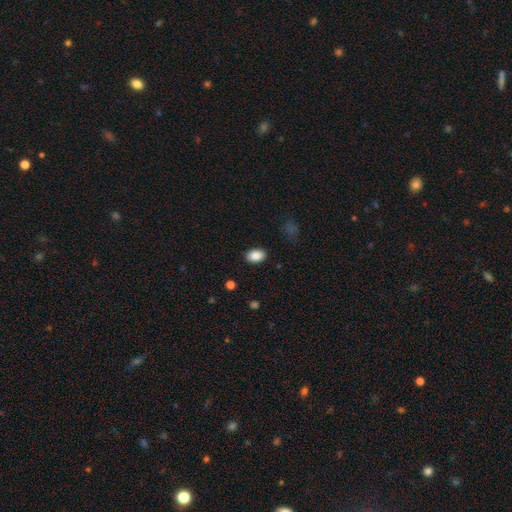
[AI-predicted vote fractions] smooth 88%, star or artifact 8%, featured or disk 4%. Down the decision tree: how rounded — in between (85%); merging — none (88%).